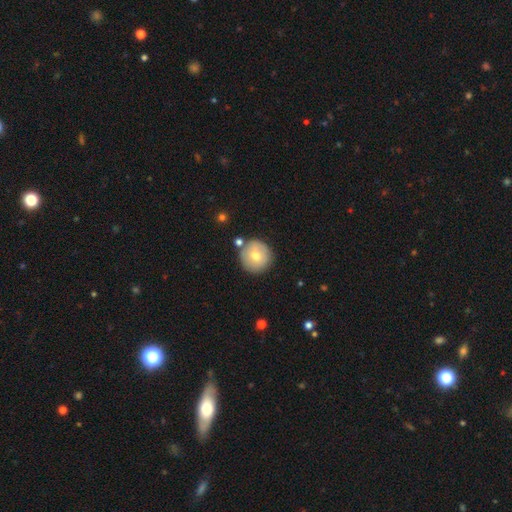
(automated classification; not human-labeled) This appears to be a smooth galaxy with no disk features (69%) that is round (95%). Merging: none (81%).